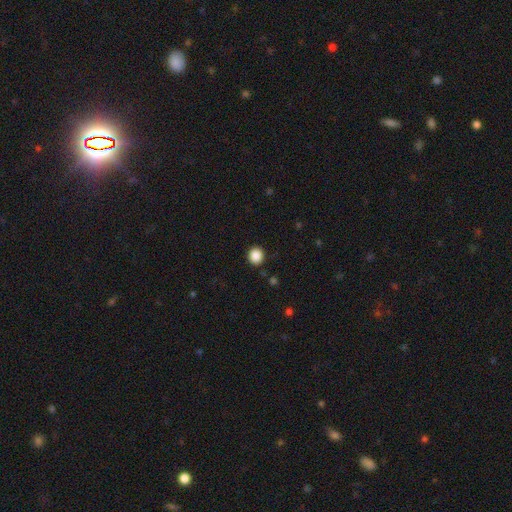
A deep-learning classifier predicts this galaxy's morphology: Smooth or featured?
  - smooth: 88% *
  - star or artifact: 10%
  - featured or disk: 3%
How rounded?
  - round: 85% *
  - in between: 14%
  - cigar-shaped: 1%
Merging?
  - none: 90% *
  - minor disturbance: 7%
  - major disturbance: 2%
  - merger: 1%